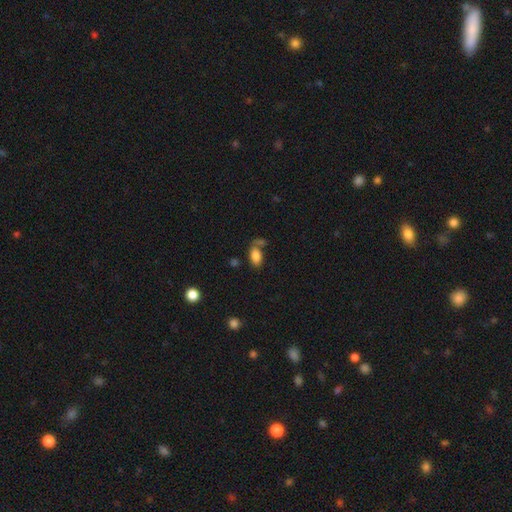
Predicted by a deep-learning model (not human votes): This appears to be a smooth galaxy with no disk features (83%) that is in between round and cigar-shaped (92%). Merging: none (53%).